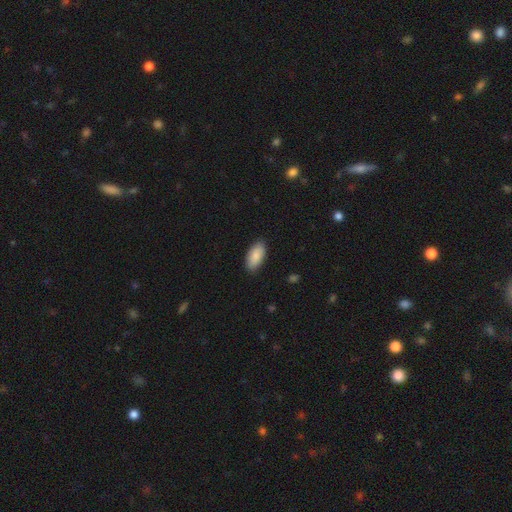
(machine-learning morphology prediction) Smooth or featured? smooth (87%)
How rounded? in between (93%)
Merging? none (87%)